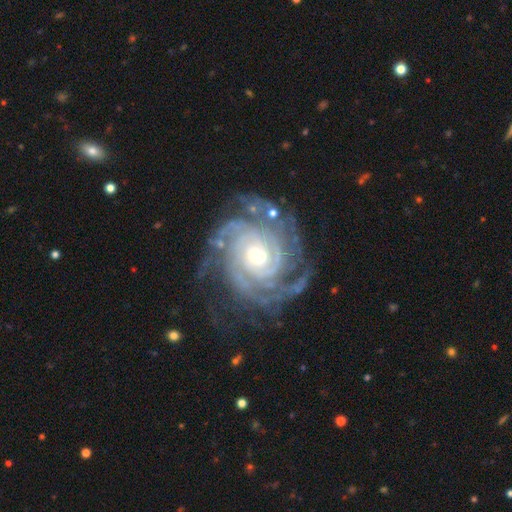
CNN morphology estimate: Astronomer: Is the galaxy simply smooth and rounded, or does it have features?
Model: featured or disk — 92%.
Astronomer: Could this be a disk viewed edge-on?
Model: no — 98%.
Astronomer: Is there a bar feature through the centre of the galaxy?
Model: no — 53% (runner-up: weak, 35%).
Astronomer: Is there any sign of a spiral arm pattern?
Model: yes — 98%.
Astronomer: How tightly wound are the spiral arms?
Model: tight — 78%.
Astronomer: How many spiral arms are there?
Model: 4 — 26% (runner-up: can't tell, 19%).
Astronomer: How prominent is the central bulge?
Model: small — 60%.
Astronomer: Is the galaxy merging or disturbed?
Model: none — 70%.